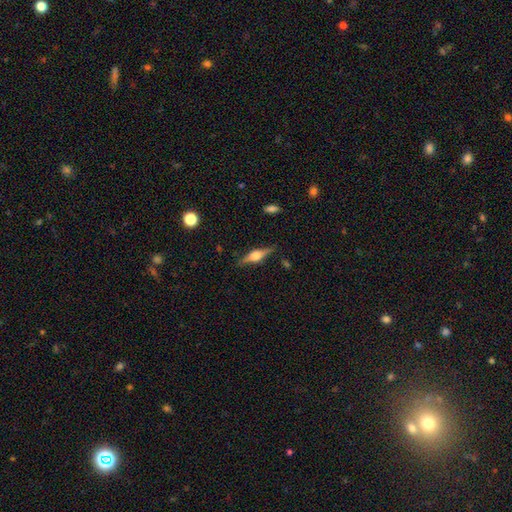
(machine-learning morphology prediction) This appears to be a featured or disk galaxy (71%) viewed edge-on (96%) with a rounded central bulge (89%). Merging: none (85%).